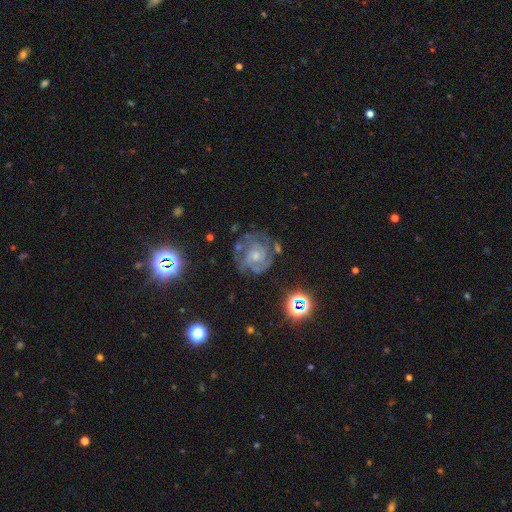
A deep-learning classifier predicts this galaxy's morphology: Q: Smooth or featured?
A: featured or disk (74%); runner-up: star or artifact (15%)
Q: Edge-on disk?
A: no (98%); runner-up: yes (2%)
Q: Bar?
A: no (74%); runner-up: weak (21%)
Q: Spiral arms?
A: yes (91%); runner-up: no (9%)
Q: Spiral winding?
A: tight (66%); runner-up: medium (28%)
Q: Spiral arm count?
A: can't tell (36%); runner-up: 3 (22%)
Q: Bulge size?
A: small (63%); runner-up: moderate (29%)
Q: Merging?
A: none (69%); runner-up: minor disturbance (18%)